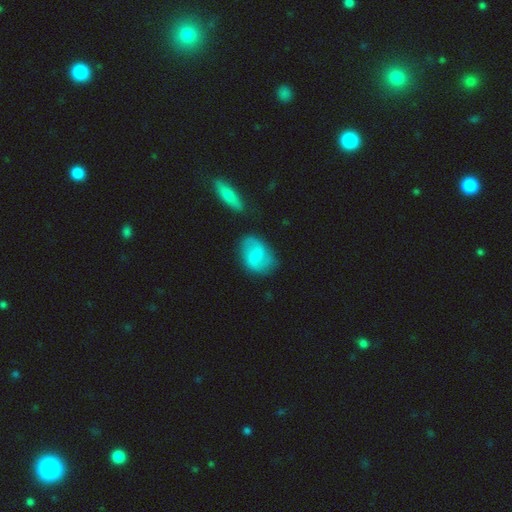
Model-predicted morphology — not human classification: smooth_or_featured: featured or disk (p=0.56) [alt: smooth p=0.37]
disk_edge_on: no (p=0.97) [alt: yes p=0.03]
bar: weak (p=0.53) [alt: no p=0.33]
has_spiral_arms: yes (p=0.87) [alt: no p=0.13]
bulge_size: none (p=0.39) [alt: small p=0.35]
merging: none (p=0.70) [alt: minor disturbance p=0.19]